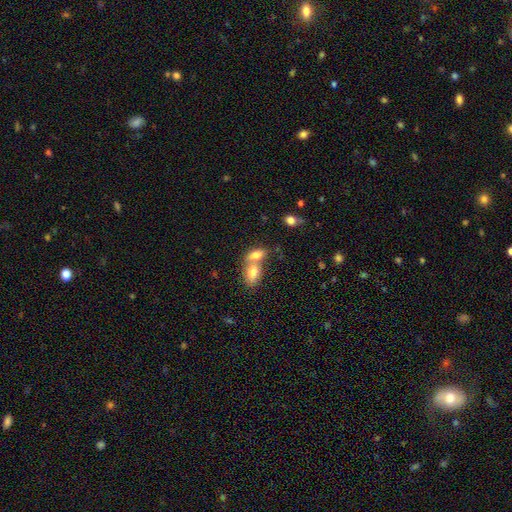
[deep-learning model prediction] Q: Smooth or featured?
A: smooth (78%); runner-up: featured or disk (14%)
Q: How rounded?
A: in between (86%); runner-up: round (8%)
Q: Merging?
A: merger (65%); runner-up: none (25%)